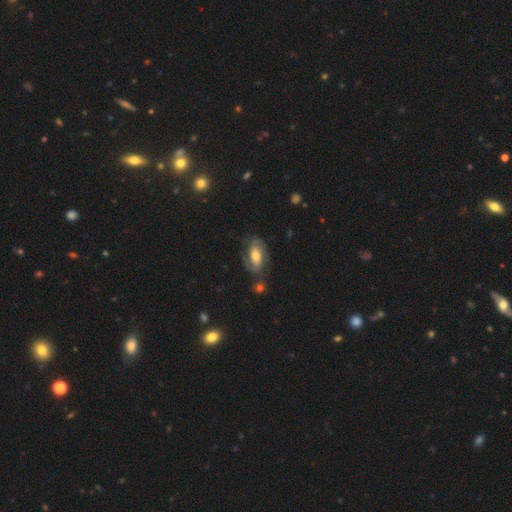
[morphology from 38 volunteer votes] Smooth or featured? featured or disk (58%)
Edge-on disk? no (95%)
Bar? no (71%)
Spiral arms? yes (90%)
Spiral winding? tight (47%)
Spiral arm count? 2 (84%)
Bulge size? moderate (38%)
Merging? none (61%)